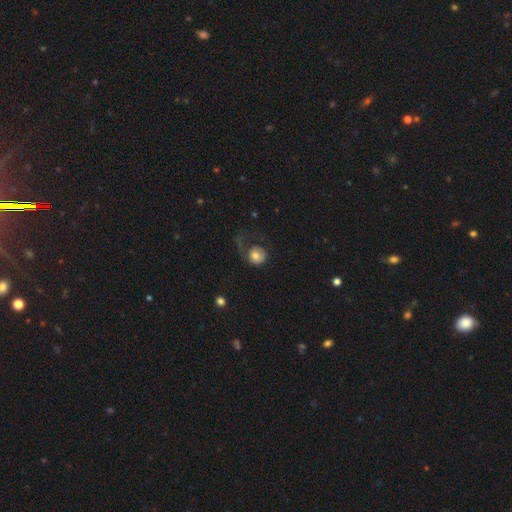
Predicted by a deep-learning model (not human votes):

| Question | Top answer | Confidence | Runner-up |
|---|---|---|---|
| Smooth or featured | smooth | 69% | featured or disk (23%) |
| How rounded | round | 85% | in between (14%) |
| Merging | major disturbance | 50% | none (31%) |